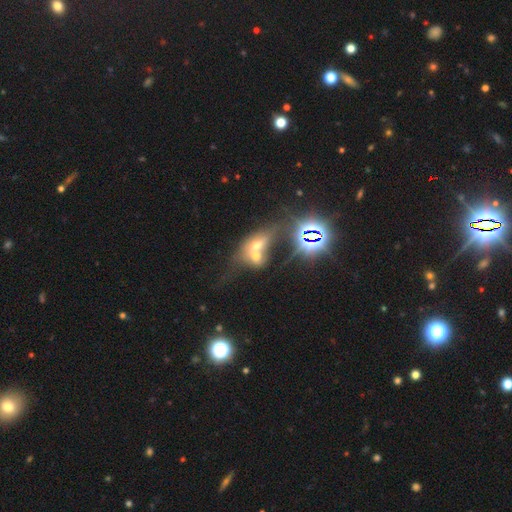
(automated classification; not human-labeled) Morphology: type=smooth (45%); merging=merger (75%).